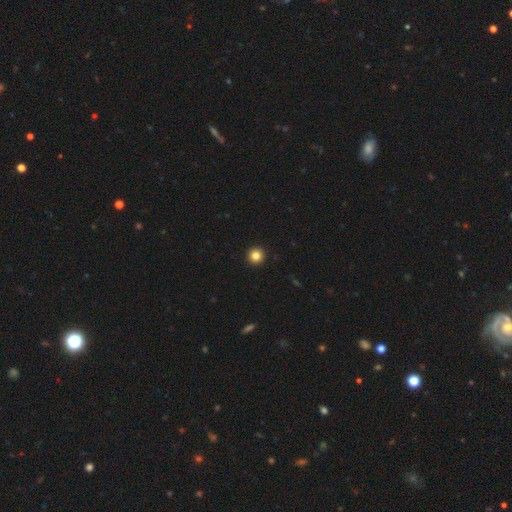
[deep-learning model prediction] Smooth or featured?
  - smooth: 83% *
  - star or artifact: 11%
  - featured or disk: 5%
How rounded?
  - round: 96% *
  - in between: 3%
  - cigar-shaped: 1%
Merging?
  - none: 94% *
  - minor disturbance: 3%
  - major disturbance: 1%
  - merger: 1%